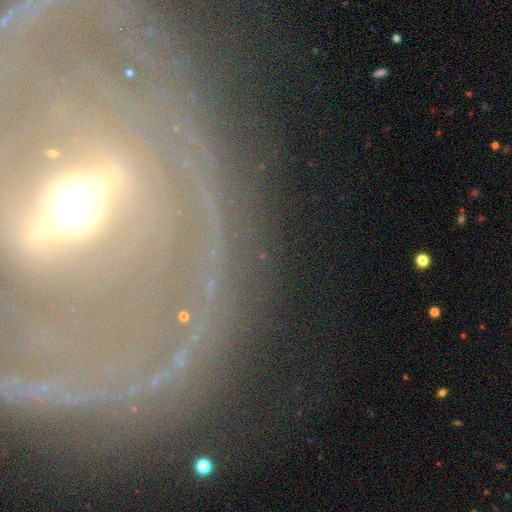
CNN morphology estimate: A featured or disk galaxy (75%) with a strong bar (55%), spiral arms (55%) and a moderate central bulge (63%). Merging: none (77%).